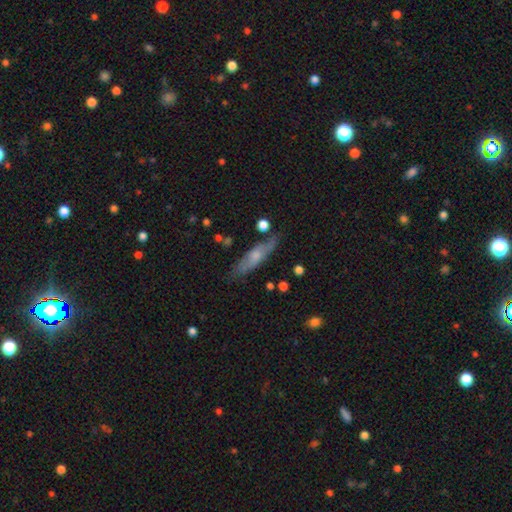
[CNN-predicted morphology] Smooth or featured?
  - smooth: 48% *
  - featured or disk: 45%
  - star or artifact: 7%
Merging?
  - none: 73% *
  - minor disturbance: 19%
  - major disturbance: 5%
  - merger: 4%